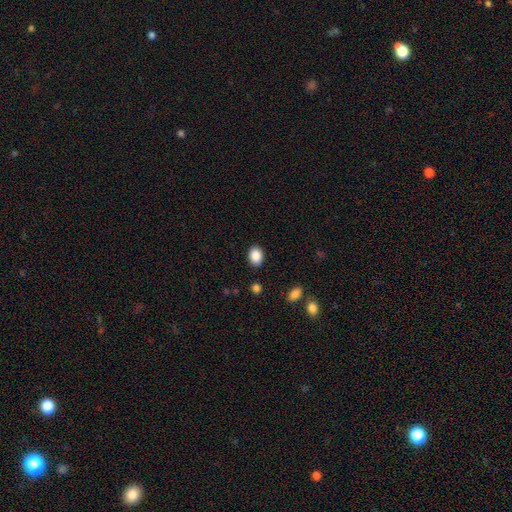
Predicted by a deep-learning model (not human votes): Smooth or featured: smooth — 88% (star or artifact — 8%)
How rounded: in between — 69% (round — 30%)
Merging: none — 88% (minor disturbance — 8%)